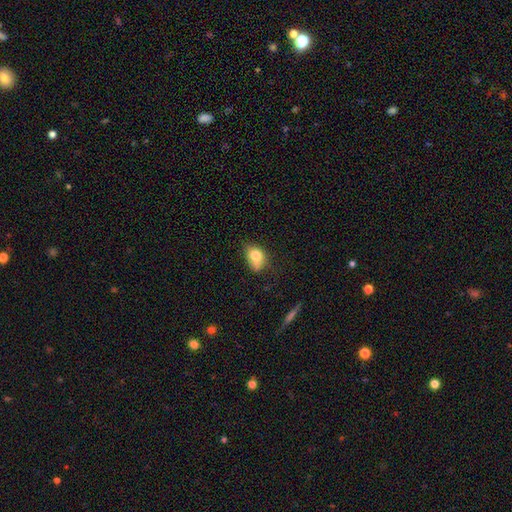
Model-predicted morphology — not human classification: Smooth or featured: smooth — 76% (featured or disk — 14%)
How rounded: in between — 72% (round — 26%)
Merging: none — 41% (minor disturbance — 34%)